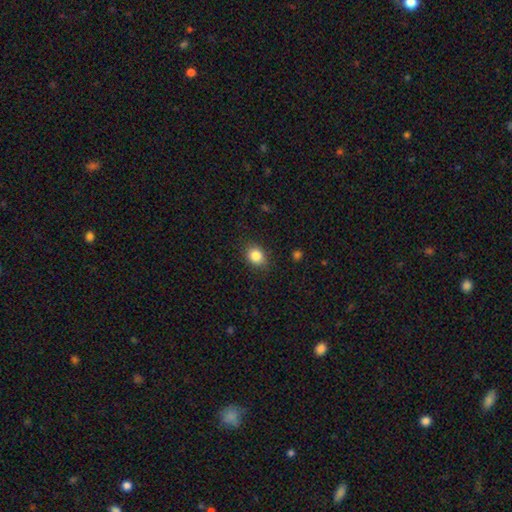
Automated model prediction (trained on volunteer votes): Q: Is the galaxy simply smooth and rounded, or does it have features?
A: smooth — 85%.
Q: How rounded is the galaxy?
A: round — 50%.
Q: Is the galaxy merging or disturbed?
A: none — 85%.